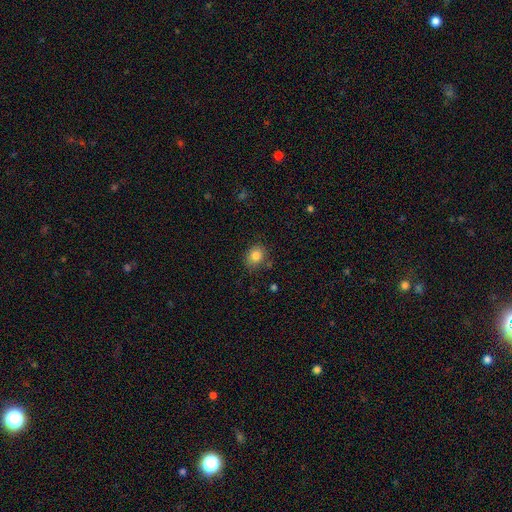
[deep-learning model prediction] Smooth or featured?
  - smooth: 83% *
  - star or artifact: 10%
  - featured or disk: 7%
How rounded?
  - round: 51% *
  - in between: 48%
  - cigar-shaped: 1%
Merging?
  - none: 78% *
  - minor disturbance: 16%
  - major disturbance: 4%
  - merger: 3%